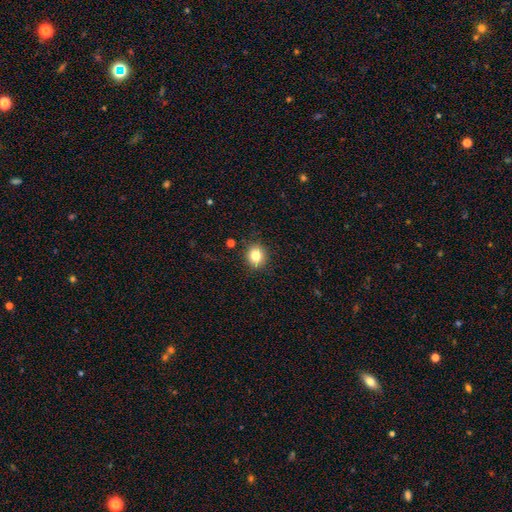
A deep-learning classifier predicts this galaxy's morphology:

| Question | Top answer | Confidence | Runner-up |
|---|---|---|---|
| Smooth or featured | smooth | 83% | star or artifact (11%) |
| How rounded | round | 71% | in between (29%) |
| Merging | none | 88% | minor disturbance (8%) |